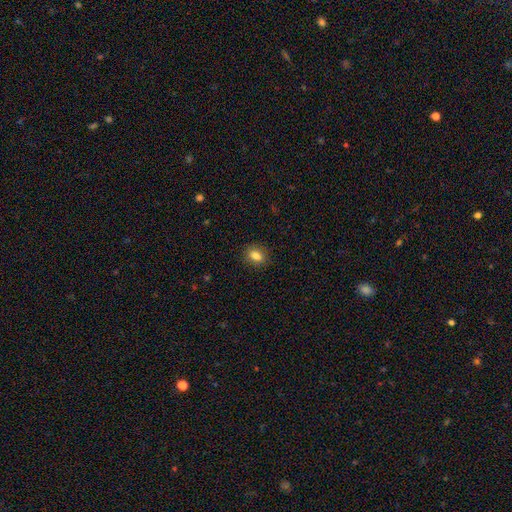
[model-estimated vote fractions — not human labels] Smooth or featured: smooth — 83% (star or artifact — 10%)
How rounded: in between — 67% (round — 31%)
Merging: none — 85% (minor disturbance — 11%)